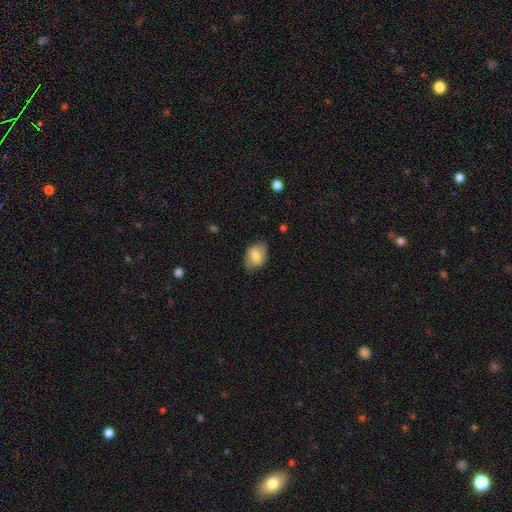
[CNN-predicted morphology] Smooth or featured? smooth (65%)
How rounded? in between (82%)
Merging? none (75%)